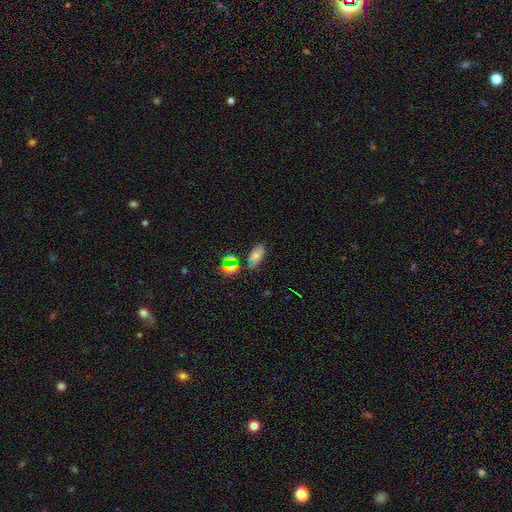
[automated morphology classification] A smooth galaxy with no disk features (59%) that is in between round and cigar-shaped (89%).

Vote fractions:
- Smooth or featured? smooth: 59% / star or artifact: 28% / featured or disk: 13%
- How rounded? in between: 89% / round: 6% / cigar-shaped: 4%
- Merging? none: 68% / minor disturbance: 19% / merger: 7% / major disturbance: 6%